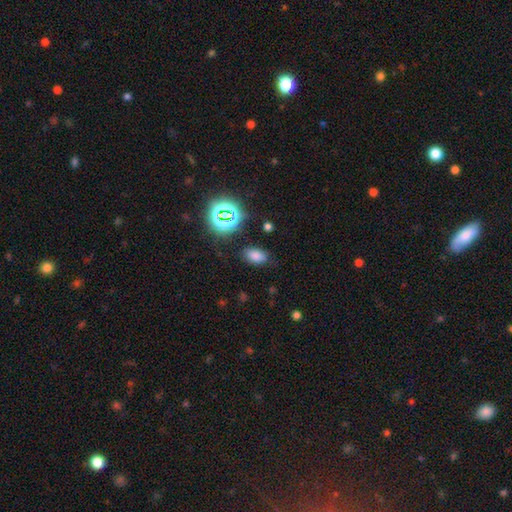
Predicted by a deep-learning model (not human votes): smooth_or_featured: smooth (p=0.72) [alt: star or artifact p=0.22]
how_rounded: in between (p=0.88) [alt: round p=0.10]
merging: none (p=0.82) [alt: minor disturbance p=0.12]